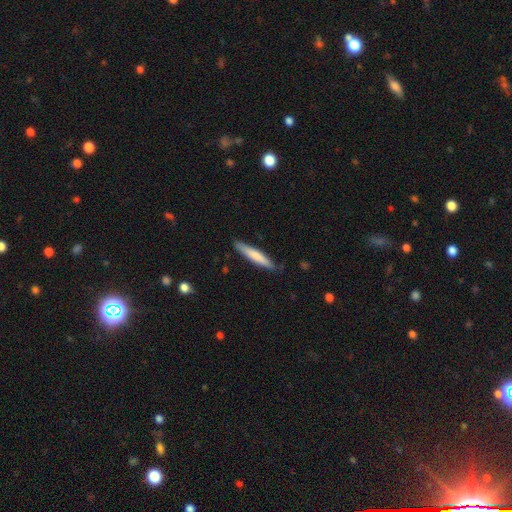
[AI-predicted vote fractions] This is likely a smooth galaxy (72%). How rounded: clearly cigar-shaped (91%). Merging: clearly none (85%).